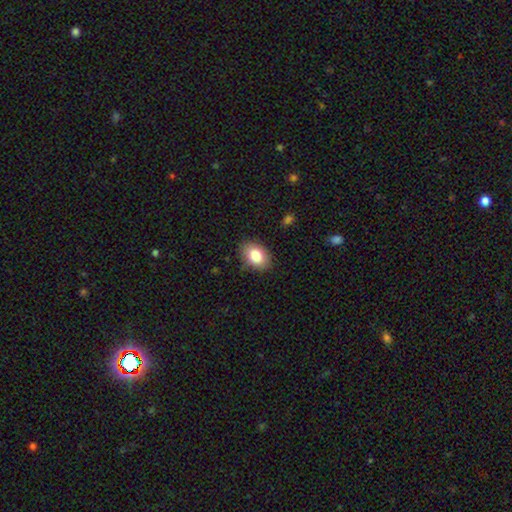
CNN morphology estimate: Smooth or featured?
  - smooth: 84% *
  - featured or disk: 9%
  - star or artifact: 8%
How rounded?
  - in between: 81% *
  - round: 18%
  - cigar-shaped: 1%
Merging?
  - none: 84% *
  - minor disturbance: 12%
  - major disturbance: 3%
  - merger: 1%